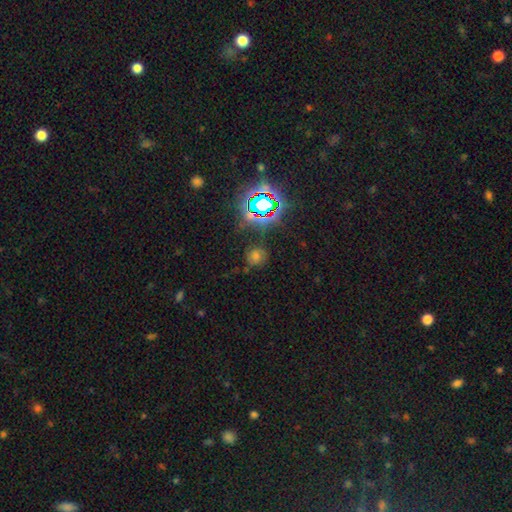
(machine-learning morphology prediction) This appears to be a smooth galaxy with no disk features (50%). Merging: none (73%).